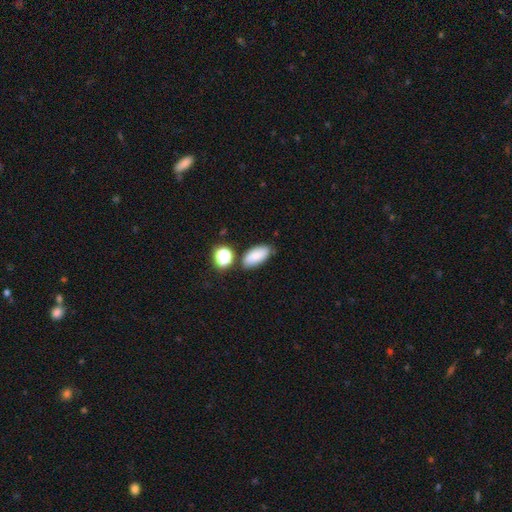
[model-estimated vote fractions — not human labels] smooth-or-featured: smooth: 80% | star or artifact: 10% | featured or disk: 10%
  how-rounded: in between: 89% | cigar-shaped: 6% | round: 5%
  merging: none: 74% | minor disturbance: 15% | merger: 7% | major disturbance: 4%